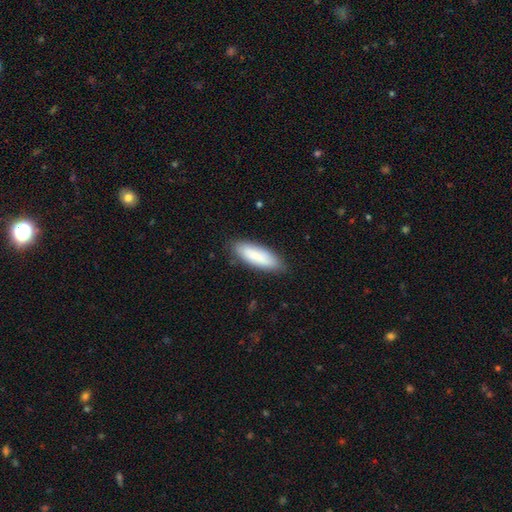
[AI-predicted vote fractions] The model was most divided on "how rounded": in between: 54%, cigar-shaped: 44%, round: 1%. More confident: smooth or featured — smooth (87%); merging — none (86%).